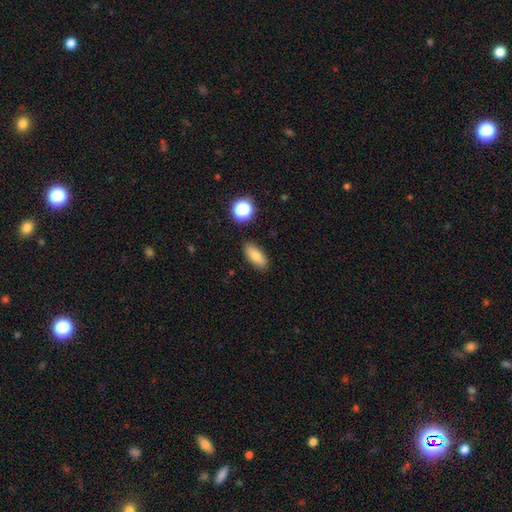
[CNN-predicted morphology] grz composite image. It shows a smooth galaxy with no disk features (80%) that is in between round and cigar-shaped (77%). Merging: none (87%).